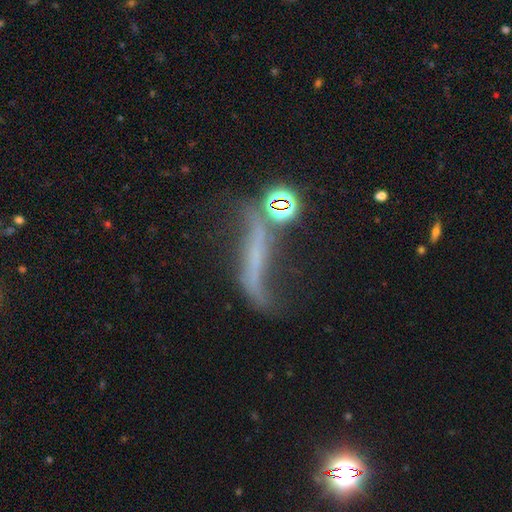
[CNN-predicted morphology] smooth_or_featured: featured or disk (p=0.59) [alt: smooth p=0.22]
disk_edge_on: no (p=0.60) [alt: yes p=0.40]
merging: none (p=0.32) [alt: major disturbance p=0.30]